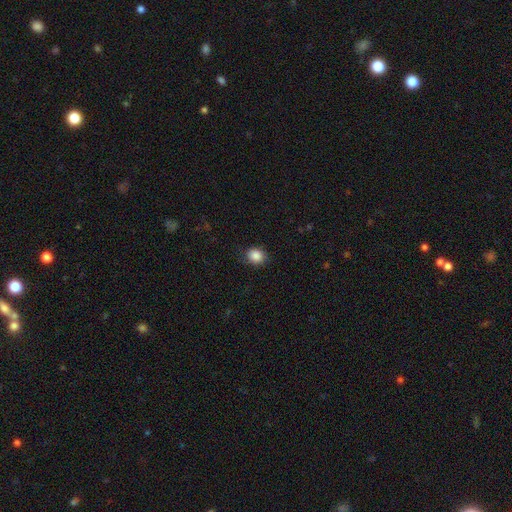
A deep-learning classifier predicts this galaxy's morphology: smooth-or-featured: smooth: 87% | star or artifact: 9% | featured or disk: 4%
  how-rounded: round: 66% | in between: 33% | cigar-shaped: 1%
  merging: none: 83% | minor disturbance: 12% | major disturbance: 3% | merger: 1%